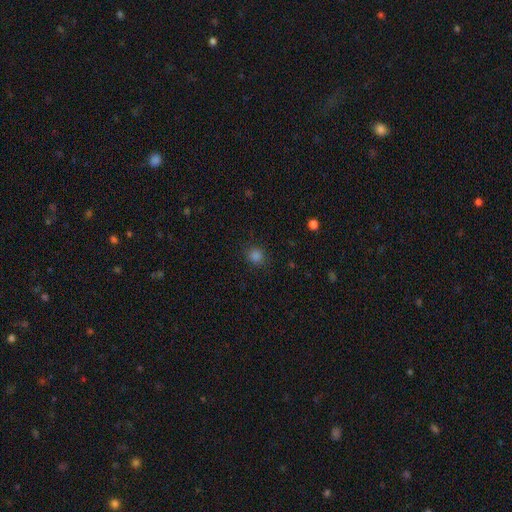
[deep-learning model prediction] A smooth galaxy with no disk features (80%) that is round (86%).

Vote fractions:
- Smooth or featured? smooth: 80% / star or artifact: 16% / featured or disk: 4%
- How rounded? round: 86% / in between: 13% / cigar-shaped: 1%
- Merging? none: 88% / minor disturbance: 8% / major disturbance: 3% / merger: 1%